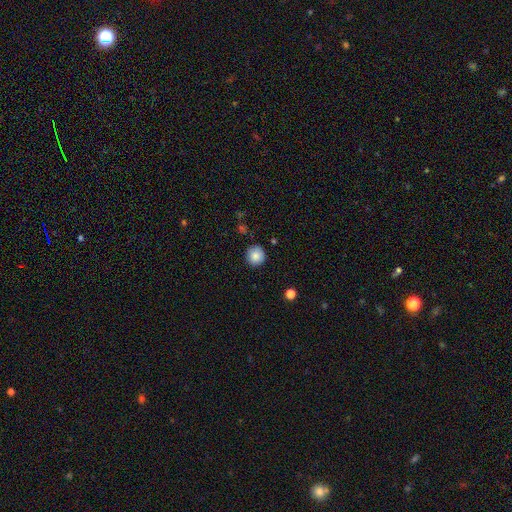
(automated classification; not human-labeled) The model was most divided on "smooth or featured": smooth: 85%, star or artifact: 9%, featured or disk: 6%. More confident: how rounded — round (94%); merging — none (88%).